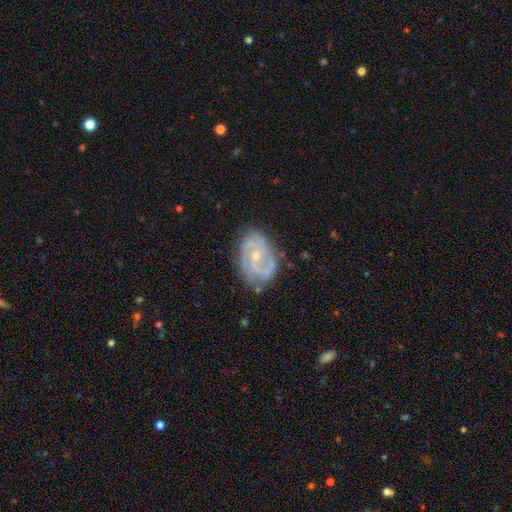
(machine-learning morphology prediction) smooth-or-featured: featured or disk: 79% | smooth: 14% | star or artifact: 6%
  disk-edge-on: no: 97% | yes: 3%
    bar: no: 69% | weak: 25% | strong: 5%
    has-spiral-arms: yes: 85% | no: 15%
      spiral-winding: tight: 46% | medium: 40% | loose: 14%
      spiral-arm-count: 2: 48% | can't tell: 26% | 3: 15% | 4: 4% | 1: 4% | more than 4: 3%
    bulge-size: small: 64% | moderate: 33% | none: 2% | large: 1% | dominant: 1%
  merging: none: 67% | minor disturbance: 23% | major disturbance: 8% | merger: 2%